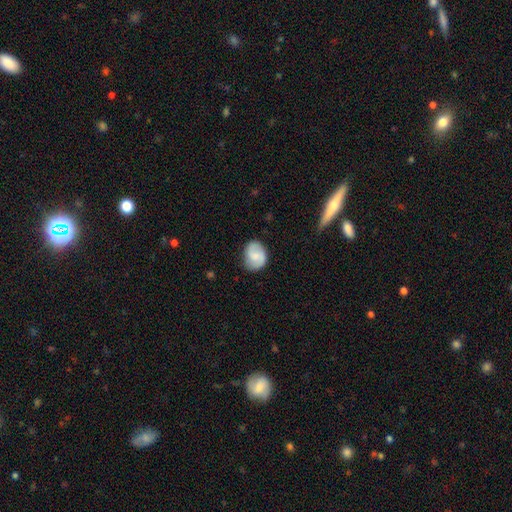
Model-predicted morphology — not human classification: The model was most divided on "smooth or featured": smooth: 49%, featured or disk: 44%, star or artifact: 7%. More confident: merging — none (77%).